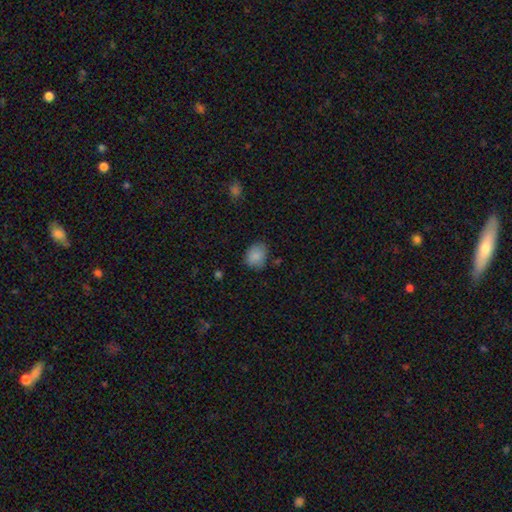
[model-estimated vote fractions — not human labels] A smooth galaxy with no disk features (87%) that is in between round and cigar-shaped (54%).

Vote fractions:
- Smooth or featured? smooth: 87% / star or artifact: 8% / featured or disk: 5%
- How rounded? in between: 54% / round: 45% / cigar-shaped: 1%
- Merging? none: 72% / minor disturbance: 21% / major disturbance: 4% / merger: 2%